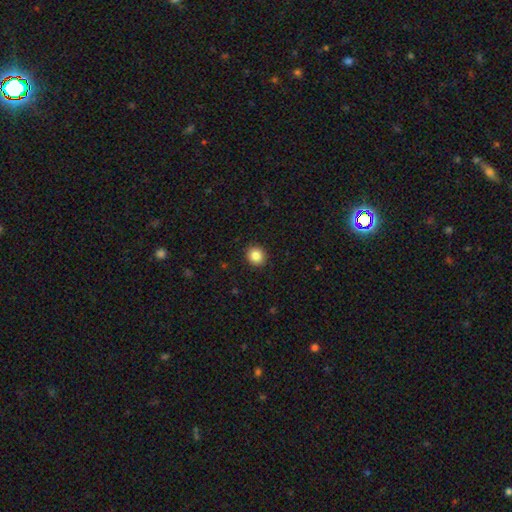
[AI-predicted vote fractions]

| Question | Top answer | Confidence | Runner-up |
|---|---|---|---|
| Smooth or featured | smooth | 86% | star or artifact (10%) |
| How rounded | round | 88% | in between (11%) |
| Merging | none | 92% | minor disturbance (5%) |